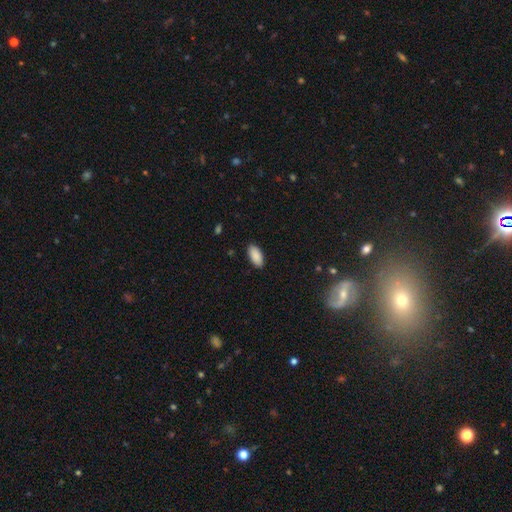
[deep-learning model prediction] smooth-or-featured: smooth: 90% | star or artifact: 6% | featured or disk: 3%
  how-rounded: in between: 94% | cigar-shaped: 4% | round: 2%
  merging: none: 89% | minor disturbance: 8% | major disturbance: 2% | merger: 1%